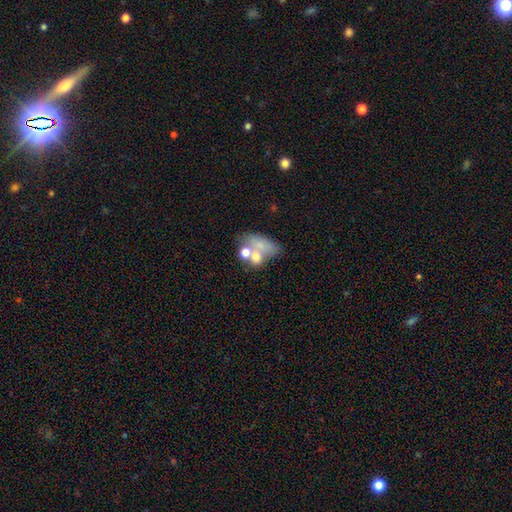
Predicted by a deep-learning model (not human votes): Q: Smooth or featured?
A: smooth (49%); runner-up: featured or disk (32%)
Q: Merging?
A: merger (36%); runner-up: none (35%)